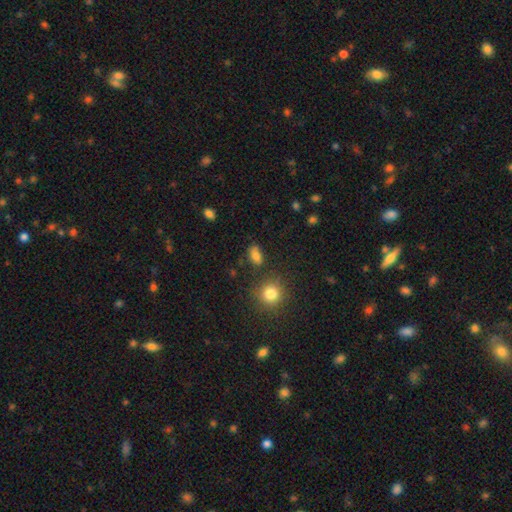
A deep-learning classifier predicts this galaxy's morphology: Q: Smooth or featured?
A: smooth (79%); runner-up: star or artifact (14%)
Q: How rounded?
A: in between (82%); runner-up: round (13%)
Q: Merging?
A: none (72%); runner-up: minor disturbance (18%)